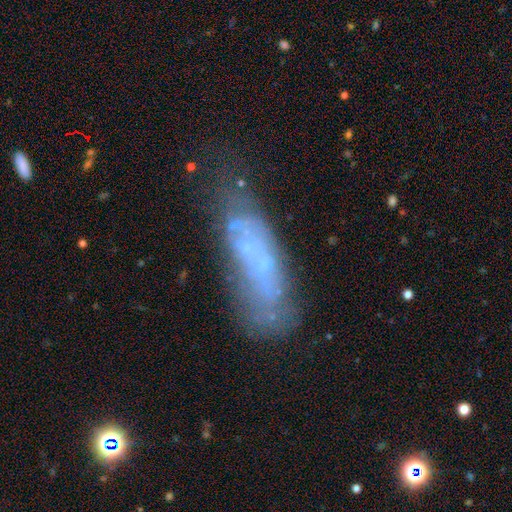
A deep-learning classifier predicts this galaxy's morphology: Smooth or featured? Predicted: featured or disk (p=0.56). Edge-on disk? Predicted: no (p=0.84). Merging? Predicted: none (p=0.44).